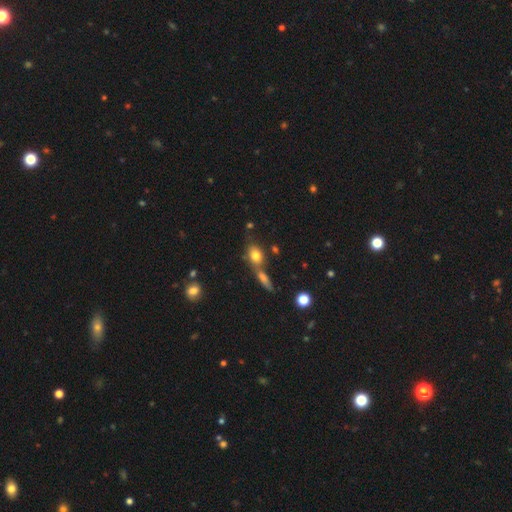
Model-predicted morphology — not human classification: smooth-or-featured: smooth: 77% | featured or disk: 12% | star or artifact: 11%
  how-rounded: in between: 66% | round: 28% | cigar-shaped: 6%
  merging: none: 52% | merger: 32% | minor disturbance: 12% | major disturbance: 4%